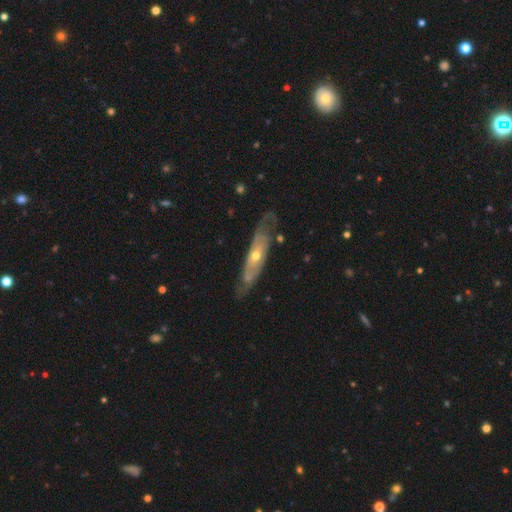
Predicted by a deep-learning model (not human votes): smooth-or-featured: featured or disk: 74% | smooth: 21% | star or artifact: 5%
  disk-edge-on: no: 67% | yes: 33%
    bar: no: 78% | weak: 17% | strong: 5%
    has-spiral-arms: yes: 68% | no: 32%
    bulge-size: moderate: 56% | small: 40% | large: 3% | none: 1% | dominant: 1%
  merging: none: 68% | minor disturbance: 21% | major disturbance: 9% | merger: 2%